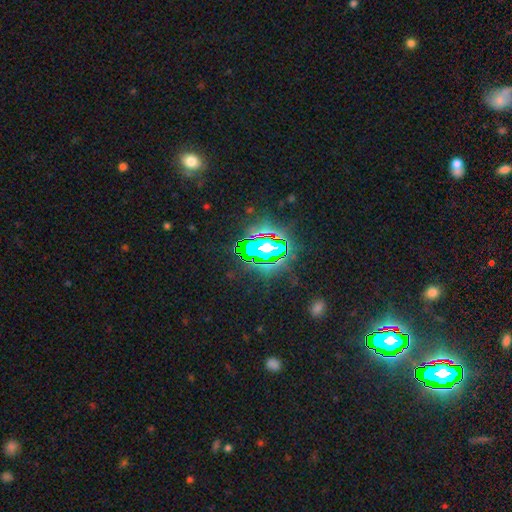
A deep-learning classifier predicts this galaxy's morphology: The model was most divided on "smooth or featured": star or artifact: 76%, smooth: 13%, featured or disk: 11%.